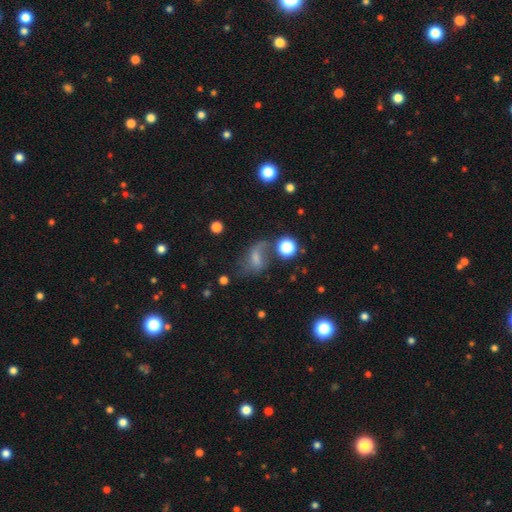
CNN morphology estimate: A featured or disk galaxy (46%). Merging: none (46%).